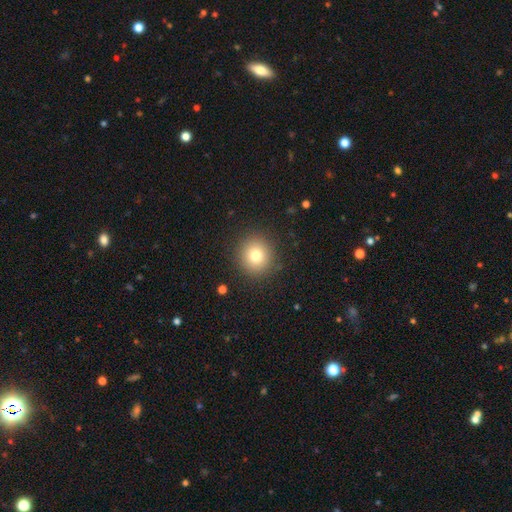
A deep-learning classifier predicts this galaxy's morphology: A smooth galaxy with no disk features (78%) that is round (92%). Merging: none (90%).